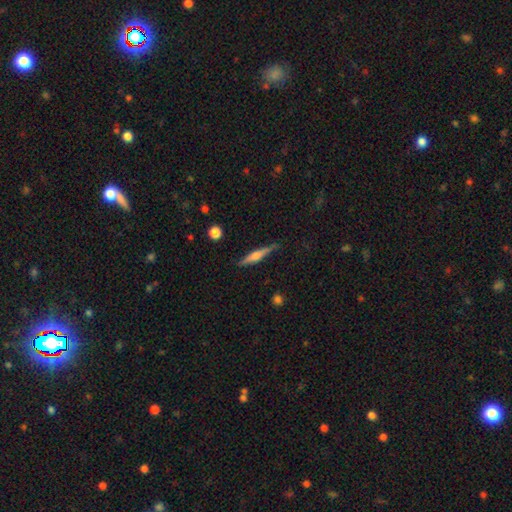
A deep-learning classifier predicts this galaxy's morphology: The model was most divided on "smooth or featured": featured or disk: 59%, smooth: 35%, star or artifact: 6%. More confident: edge-on disk — yes (97%); merging — none (82%); edge-on bulge — rounded (80%).